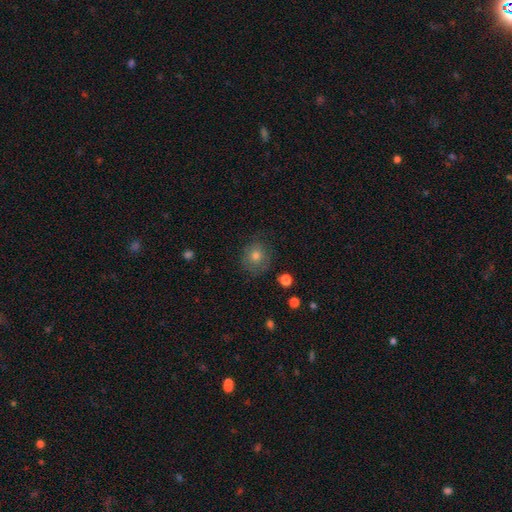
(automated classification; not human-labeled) A smooth galaxy with no disk features (63%) that is round (86%).

Vote fractions:
- Smooth or featured? smooth: 63% / featured or disk: 21% / star or artifact: 15%
- How rounded? round: 86% / in between: 13% / cigar-shaped: 1%
- Merging? none: 75% / minor disturbance: 16% / major disturbance: 7% / merger: 1%